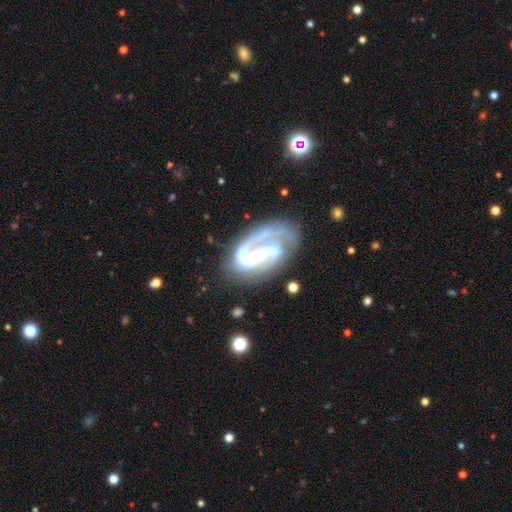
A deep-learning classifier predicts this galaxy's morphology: Q: Smooth or featured?
A: featured or disk (89%); runner-up: smooth (6%)
Q: Edge-on disk?
A: no (98%); runner-up: yes (2%)
Q: Bar?
A: weak (40%); runner-up: strong (32%)
Q: Spiral arms?
A: yes (96%); runner-up: no (4%)
Q: Spiral winding?
A: medium (51%); runner-up: tight (25%)
Q: Spiral arm count?
A: 2 (59%); runner-up: 1 (25%)
Q: Bulge size?
A: small (48%); runner-up: moderate (31%)
Q: Merging?
A: none (51%); runner-up: major disturbance (23%)